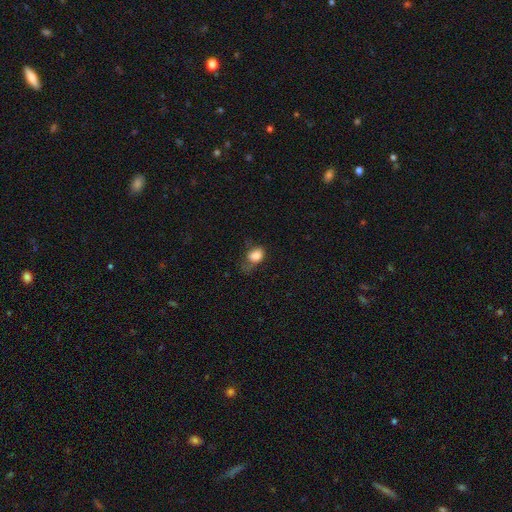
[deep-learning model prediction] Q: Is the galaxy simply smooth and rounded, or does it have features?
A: smooth — 83%.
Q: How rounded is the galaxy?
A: in between — 67%.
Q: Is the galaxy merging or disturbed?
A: none — 36%.